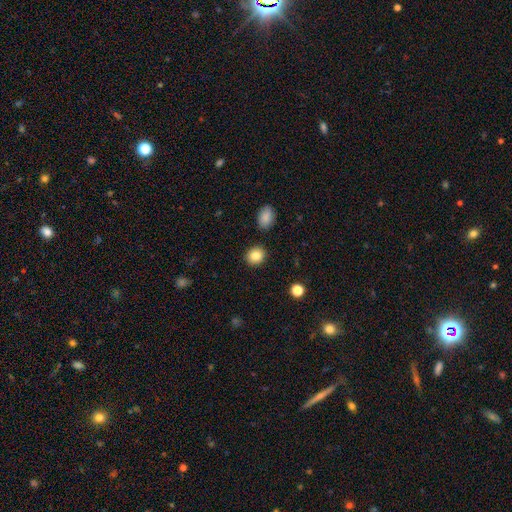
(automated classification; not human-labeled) Smooth or featured? smooth (85%)
How rounded? round (74%)
Merging? none (89%)